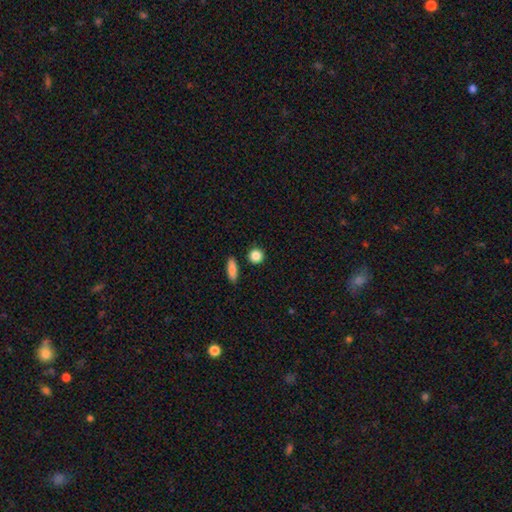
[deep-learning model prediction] Smooth or featured? smooth (87%)
How rounded? round (89%)
Merging? none (87%)